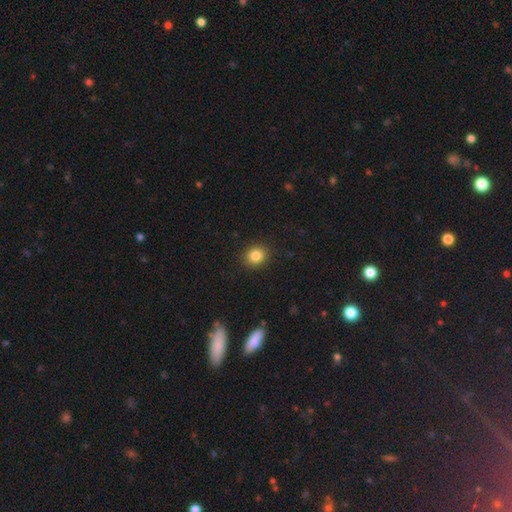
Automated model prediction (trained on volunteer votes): Smooth or featured?
  - smooth: 85% *
  - star or artifact: 11%
  - featured or disk: 5%
How rounded?
  - round: 75% *
  - in between: 24%
  - cigar-shaped: 1%
Merging?
  - none: 90% *
  - minor disturbance: 7%
  - major disturbance: 2%
  - merger: 1%